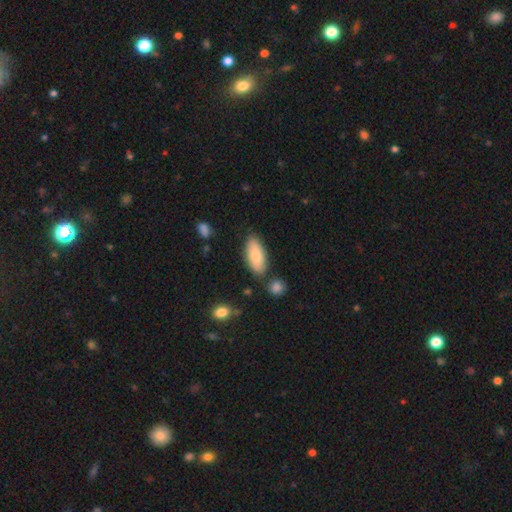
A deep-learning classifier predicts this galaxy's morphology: Smooth or featured: smooth — 79% (featured or disk — 15%)
How rounded: in between — 85% (cigar-shaped — 13%)
Merging: none — 78% (minor disturbance — 14%)